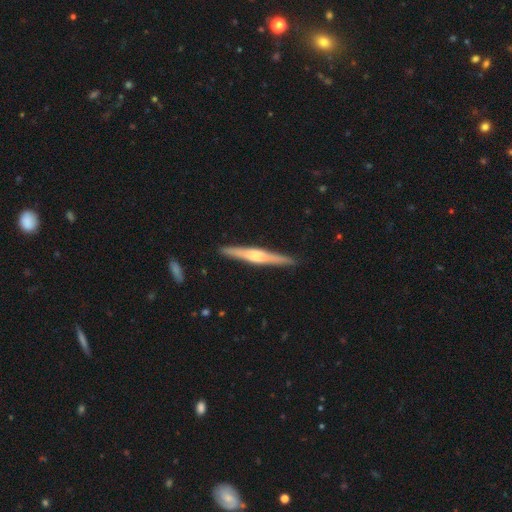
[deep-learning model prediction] Smooth or featured? featured or disk (70%)
Edge-on disk? yes (98%)
Edge-on bulge? rounded (74%)
Merging? none (91%)